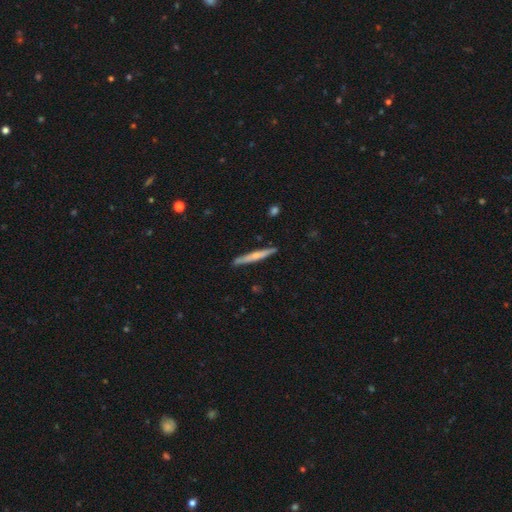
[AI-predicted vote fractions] Overall: smooth (49%; featured or disk 45%). Merging: none (89%).